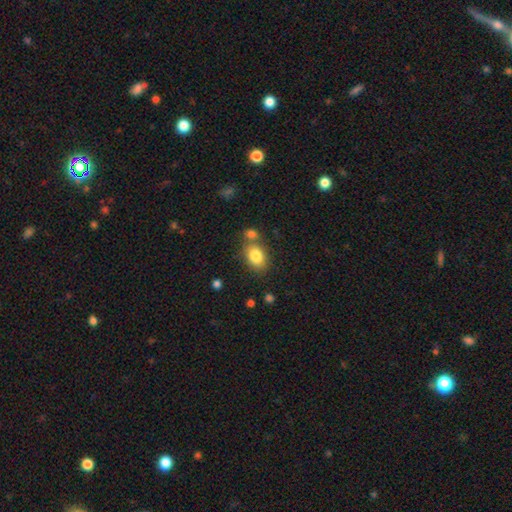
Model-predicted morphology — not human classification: A smooth galaxy with no disk features (83%) that is in between round and cigar-shaped (79%).

Vote fractions:
- Smooth or featured? smooth: 83% / star or artifact: 8% / featured or disk: 8%
- How rounded? in between: 79% / round: 20% / cigar-shaped: 1%
- Merging? none: 63% / merger: 20% / minor disturbance: 12% / major disturbance: 4%